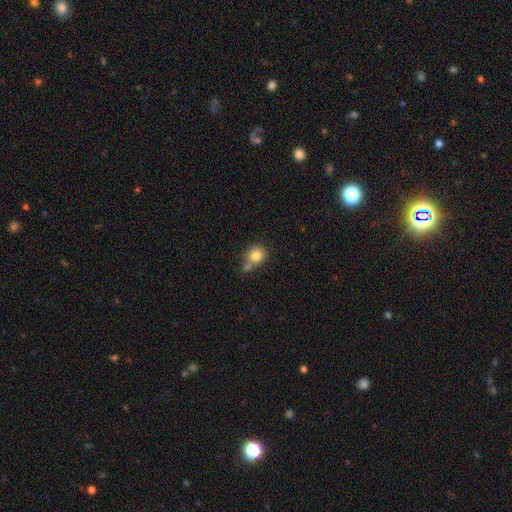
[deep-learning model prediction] This is clearly a smooth galaxy (81%). How rounded: likely round (78%). Merging: possibly none (49%).